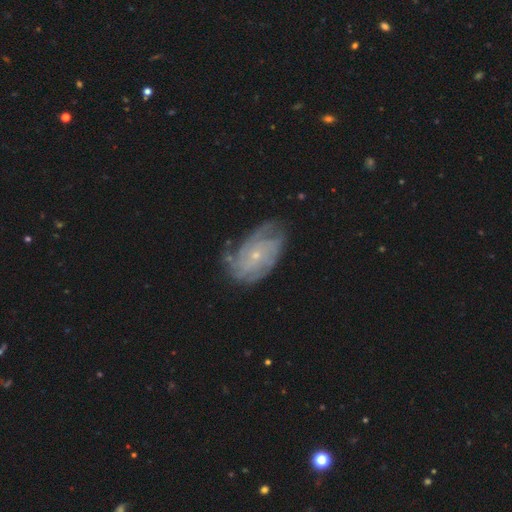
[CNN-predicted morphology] The model was most divided on "spiral arm count": can't tell: 37%, 4: 22%, 3: 15%, 2: 11%, more than 4: 9%, 1: 6%. More confident: edge-on disk — no (96%); spiral arms — yes (93%); bulge size — small (81%); smooth or featured — featured or disk (81%); bar — no (77%); merging — none (68%); spiral winding — tight (63%).